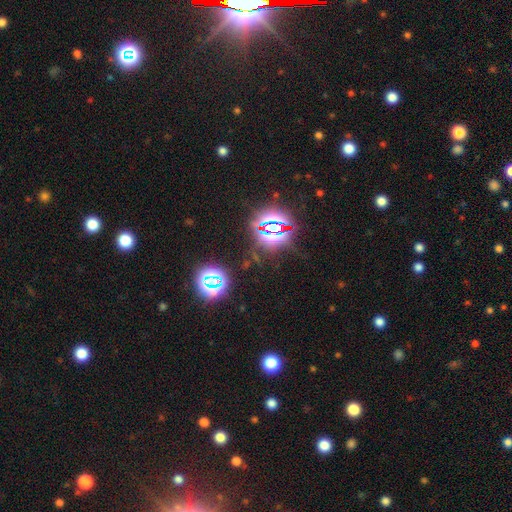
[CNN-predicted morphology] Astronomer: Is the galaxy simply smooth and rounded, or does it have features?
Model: star or artifact — 81%.